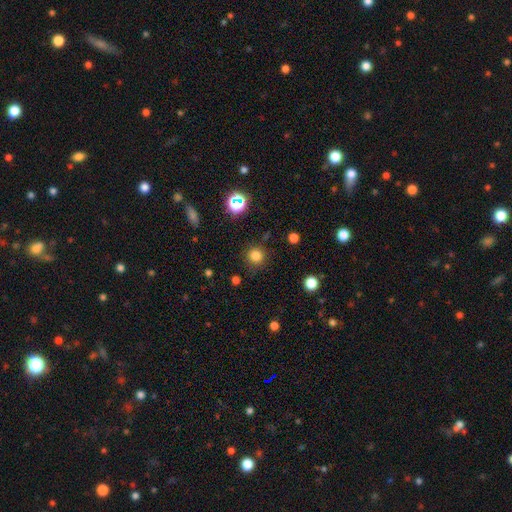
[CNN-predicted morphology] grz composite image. It shows a smooth galaxy with no disk features (79%) that is round (94%). Merging: none (86%).